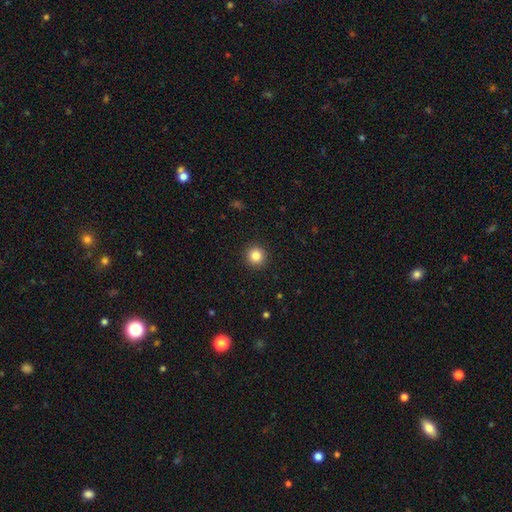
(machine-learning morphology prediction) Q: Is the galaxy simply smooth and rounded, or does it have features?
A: smooth — 85%.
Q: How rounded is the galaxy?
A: round — 95%.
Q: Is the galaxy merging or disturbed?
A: none — 93%.